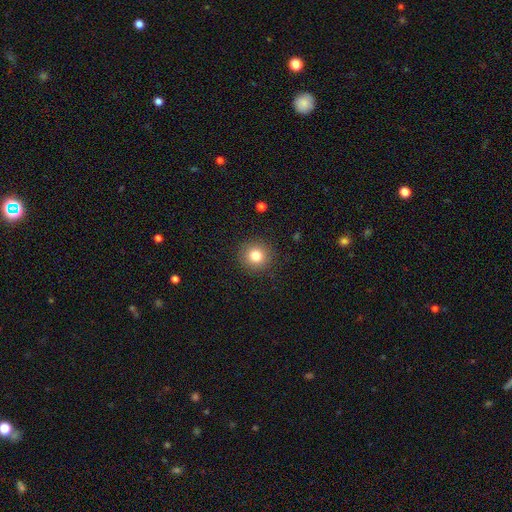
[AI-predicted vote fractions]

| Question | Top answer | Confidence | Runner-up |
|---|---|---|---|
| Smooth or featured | smooth | 82% | star or artifact (11%) |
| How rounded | round | 93% | in between (6%) |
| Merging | none | 91% | minor disturbance (6%) |